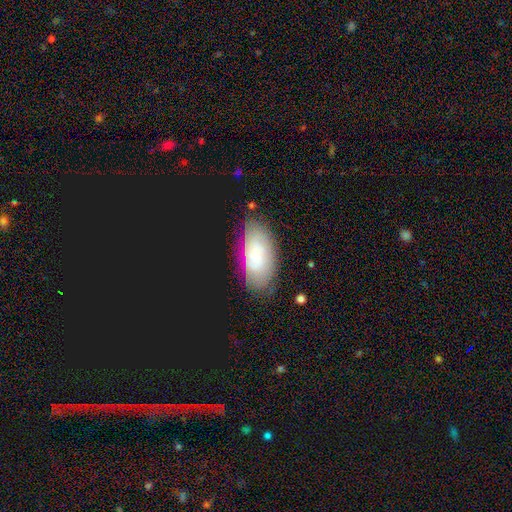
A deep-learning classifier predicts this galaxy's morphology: A smooth galaxy with no disk features (45%).

Vote fractions:
- Smooth or featured? smooth: 45% / featured or disk: 43% / star or artifact: 12%
- Merging? none: 78% / minor disturbance: 16% / major disturbance: 4% / merger: 2%